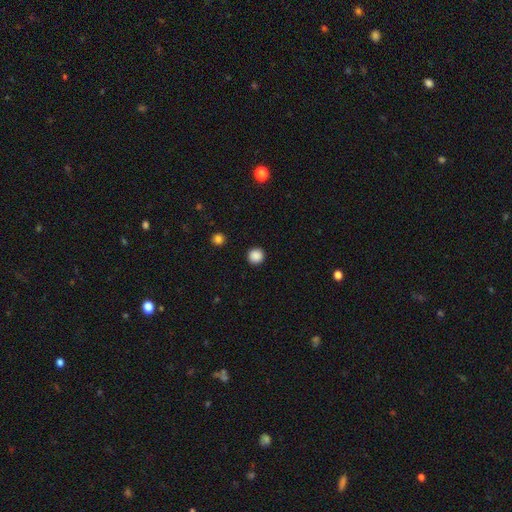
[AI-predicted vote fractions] A smooth galaxy with no disk features (87%) that is round (94%).

Vote fractions:
- Smooth or featured? smooth: 87% / star or artifact: 10% / featured or disk: 2%
- How rounded? round: 94% / in between: 5% / cigar-shaped: 1%
- Merging? none: 93% / minor disturbance: 5% / major disturbance: 2% / merger: 1%